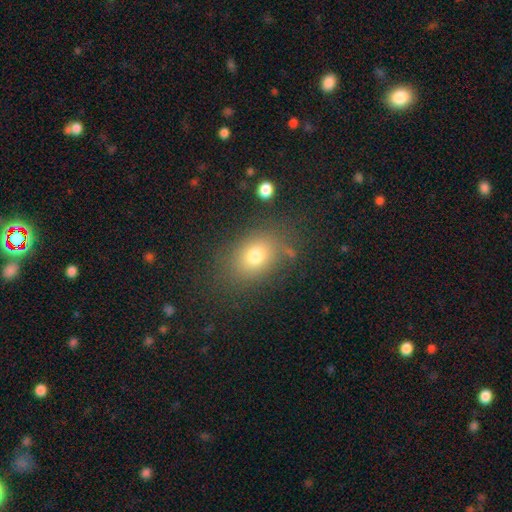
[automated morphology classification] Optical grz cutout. It shows a smooth galaxy with no disk features (74%) that is in between round and cigar-shaped (67%). Merging: none (79%).